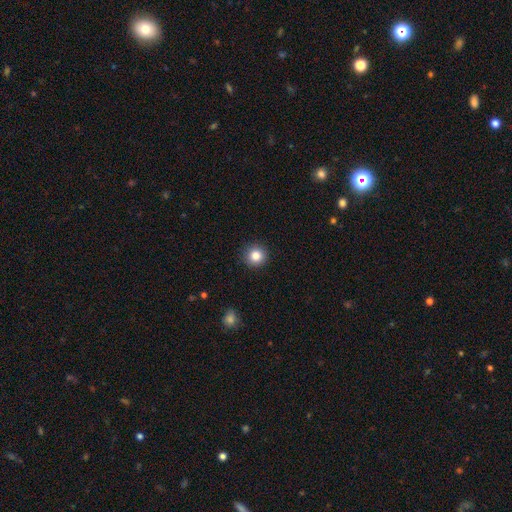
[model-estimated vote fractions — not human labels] Morphology: type=smooth (84%); roundness=round (94%); merging=none (91%).